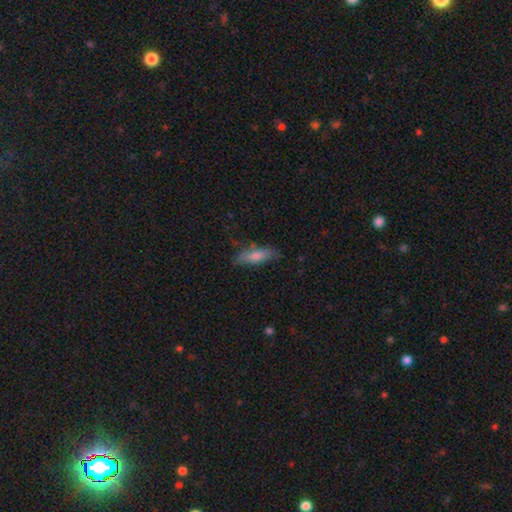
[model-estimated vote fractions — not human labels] This is likely a smooth galaxy (75%). How rounded: possibly cigar-shaped (49%, tied with in between). Merging: likely none (71%).